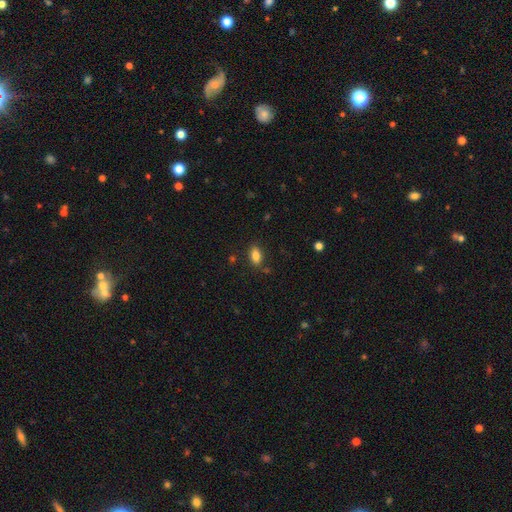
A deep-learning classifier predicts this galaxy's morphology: The model was most divided on "merging": none: 82%, minor disturbance: 11%, merger: 3%, major disturbance: 3%. More confident: how rounded — in between (89%); smooth or featured — smooth (84%).